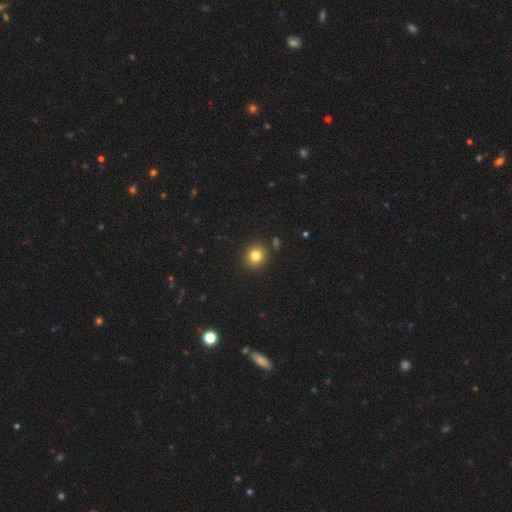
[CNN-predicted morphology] A smooth galaxy with no disk features (81%) that is round (87%).

Vote fractions:
- Smooth or featured? smooth: 81% / star or artifact: 12% / featured or disk: 7%
- How rounded? round: 87% / in between: 12% / cigar-shaped: 1%
- Merging? none: 88% / minor disturbance: 7% / merger: 3% / major disturbance: 2%